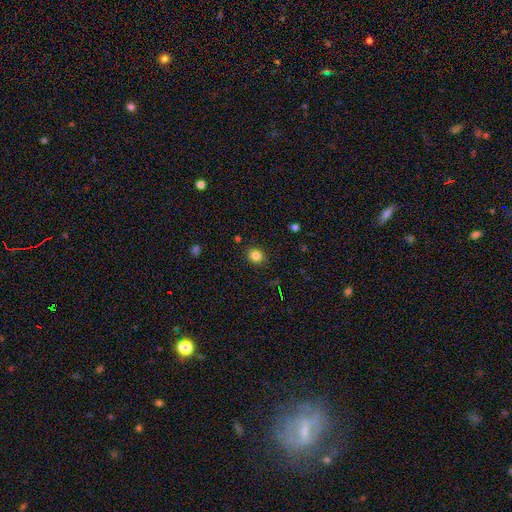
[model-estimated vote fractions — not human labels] Smooth or featured? Predicted: smooth (p=0.84). How rounded? Predicted: round (p=0.68). Merging? Predicted: none (p=0.88).